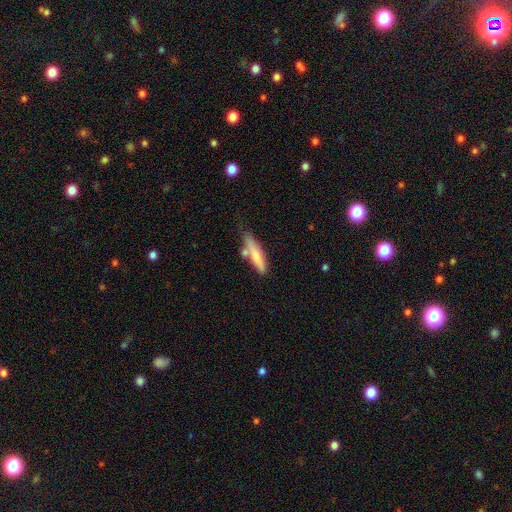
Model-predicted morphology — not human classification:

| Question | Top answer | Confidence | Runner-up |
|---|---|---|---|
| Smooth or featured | smooth | 63% | featured or disk (31%) |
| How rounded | cigar-shaped | 78% | in between (20%) |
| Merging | none | 57% | minor disturbance (21%) |